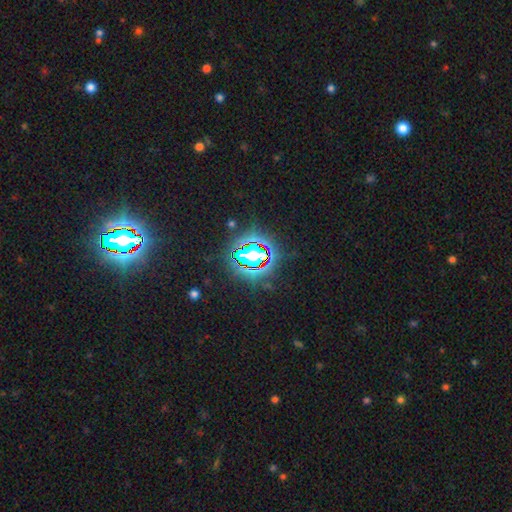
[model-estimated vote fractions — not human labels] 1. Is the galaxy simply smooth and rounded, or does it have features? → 82% star or artifact, 10% smooth, 8% featured or disk.